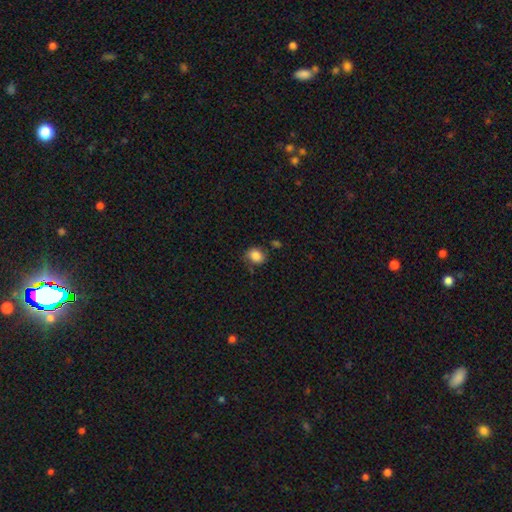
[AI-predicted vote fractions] The model was most divided on "how rounded": round: 52%, in between: 47%, cigar-shaped: 1%. More confident: smooth or featured — smooth (85%); merging — none (69%).